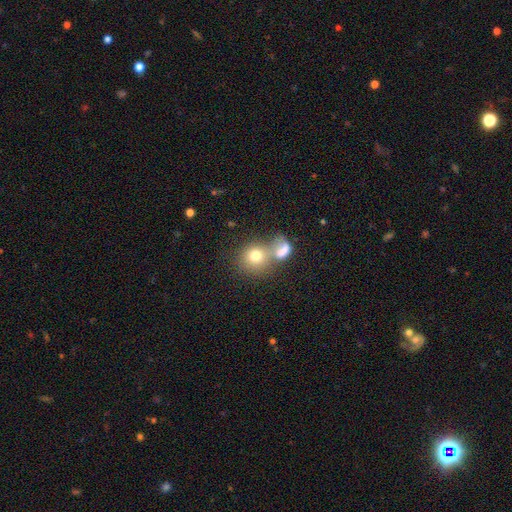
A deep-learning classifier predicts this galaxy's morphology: A smooth galaxy with no disk features (75%) that is round (79%).

Vote fractions:
- Smooth or featured? smooth: 75% / featured or disk: 15% / star or artifact: 11%
- How rounded? round: 79% / in between: 20% / cigar-shaped: 1%
- Merging? merger: 46% / none: 37% / minor disturbance: 10% / major disturbance: 7%